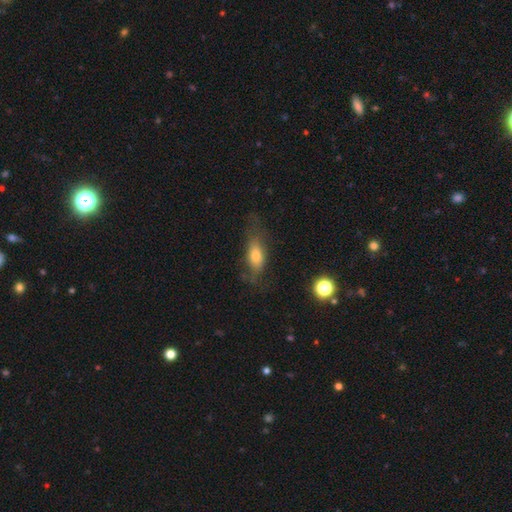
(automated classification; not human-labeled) Smooth or featured? Predicted: smooth (p=0.63). How rounded? Predicted: in between (p=0.70). Merging? Predicted: none (p=0.54).